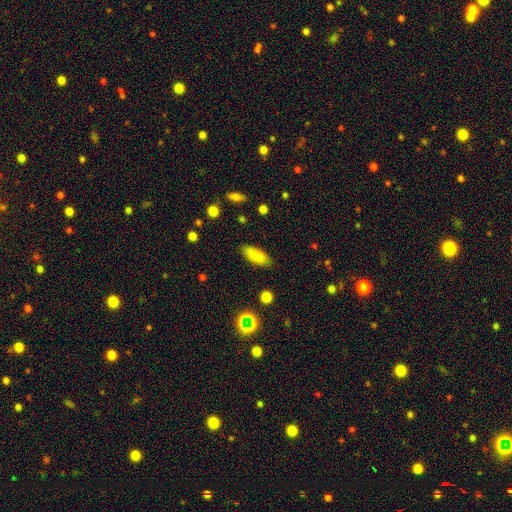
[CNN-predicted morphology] Overall: smooth (84%). How rounded: in between (75%). Merging: none (86%).